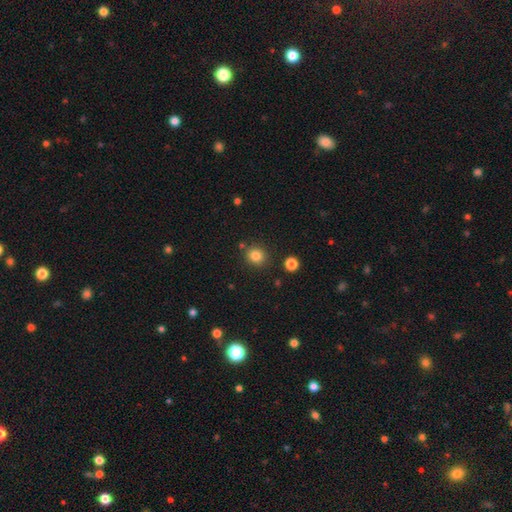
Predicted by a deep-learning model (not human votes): Smooth or featured: smooth — 83% (star or artifact — 12%)
How rounded: round — 84% (in between — 15%)
Merging: none — 84% (minor disturbance — 9%)